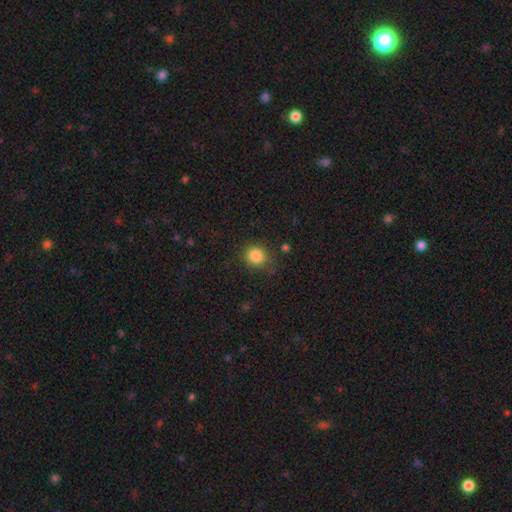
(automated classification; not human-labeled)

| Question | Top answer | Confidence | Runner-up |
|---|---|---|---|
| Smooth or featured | smooth | 85% | star or artifact (11%) |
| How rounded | round | 85% | in between (14%) |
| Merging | none | 82% | minor disturbance (12%) |